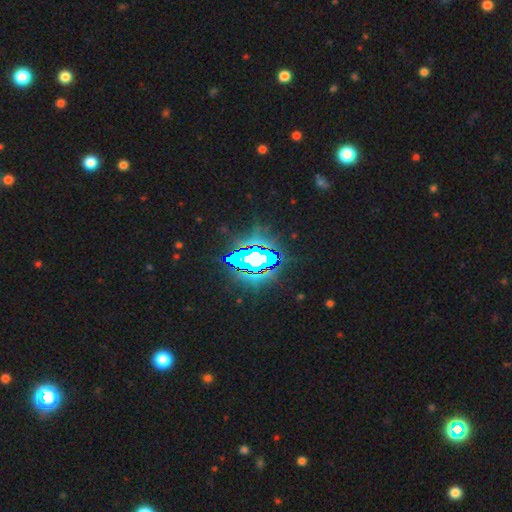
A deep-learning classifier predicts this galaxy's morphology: Smooth or featured: star or artifact — 72% (featured or disk — 17%)